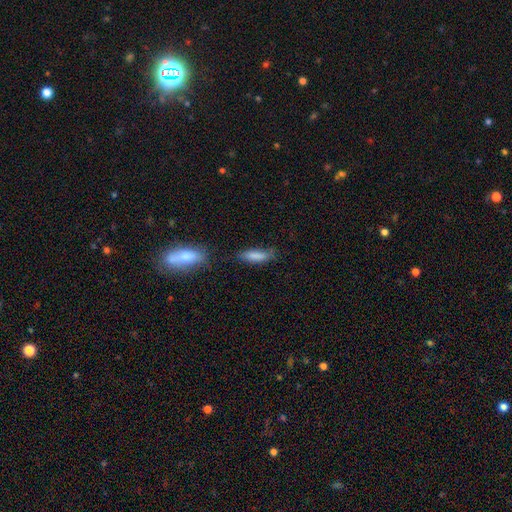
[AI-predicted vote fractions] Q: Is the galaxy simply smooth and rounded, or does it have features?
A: smooth — 82%.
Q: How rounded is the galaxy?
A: in between — 49%, tied with cigar-shaped.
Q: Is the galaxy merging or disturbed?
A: none — 64%.